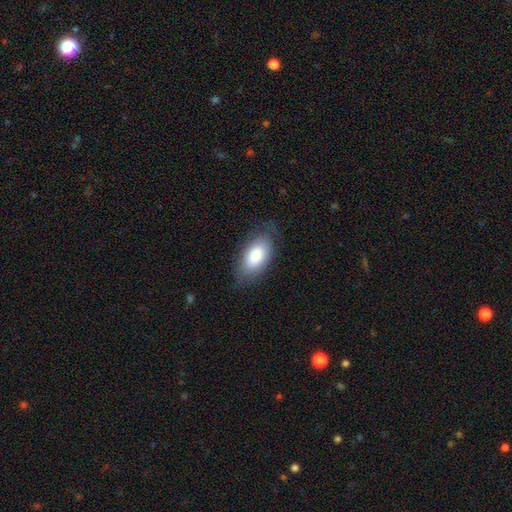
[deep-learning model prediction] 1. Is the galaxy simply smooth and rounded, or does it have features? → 82% smooth, 12% featured or disk, 6% star or artifact.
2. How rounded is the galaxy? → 94% in between, 3% cigar-shaped, 3% round.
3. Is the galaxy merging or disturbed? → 74% none, 19% minor disturbance, 6% major disturbance, 1% merger.